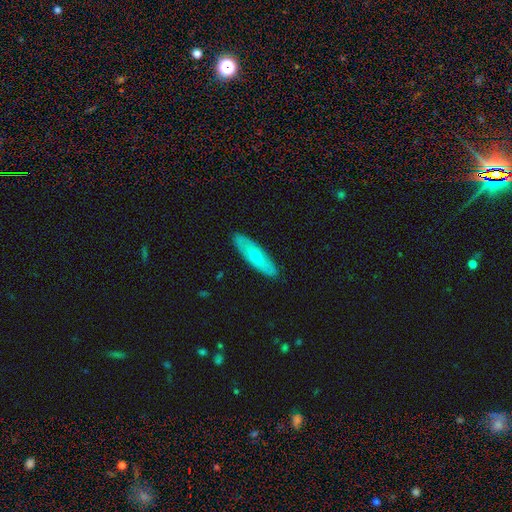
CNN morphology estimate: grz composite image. It shows a featured or disk galaxy (49%). Merging: none (89%).